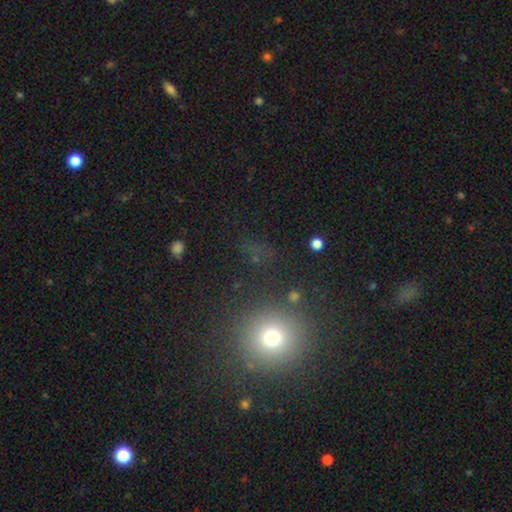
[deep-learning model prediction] This appears to be a smooth galaxy with no disk features (51%) that is round (85%). Merging: none (83%).